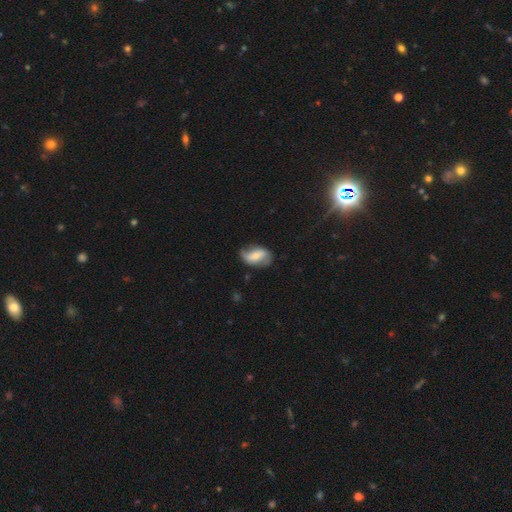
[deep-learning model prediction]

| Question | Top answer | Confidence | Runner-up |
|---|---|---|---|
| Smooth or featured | featured or disk | 60% | smooth (33%) |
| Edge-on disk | no | 95% | yes (5%) |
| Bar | weak | 37% | strong (33%) |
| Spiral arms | yes | 85% | no (15%) |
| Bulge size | small | 46% | moderate (35%) |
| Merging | none | 62% | minor disturbance (26%) |